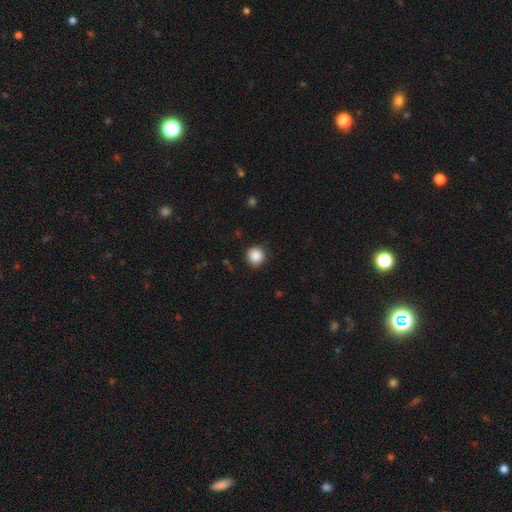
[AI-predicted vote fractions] This is clearly a smooth galaxy (88%). How rounded: clearly round (94%). Merging: clearly none (88%).